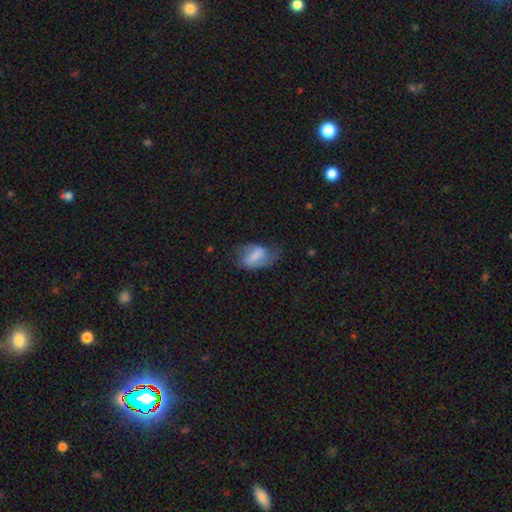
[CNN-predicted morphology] smooth_or_featured: smooth (p=0.48) [alt: featured or disk p=0.45]
merging: none (p=0.45) [alt: minor disturbance p=0.30]